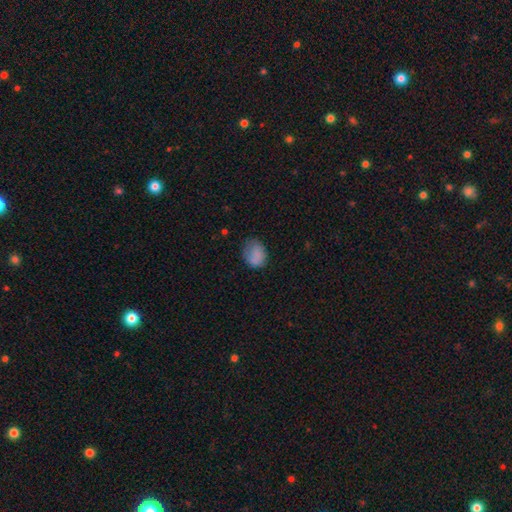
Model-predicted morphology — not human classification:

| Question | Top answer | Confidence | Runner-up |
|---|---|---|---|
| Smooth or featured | smooth | 82% | star or artifact (9%) |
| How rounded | in between | 57% | round (42%) |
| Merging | none | 59% | minor disturbance (28%) |